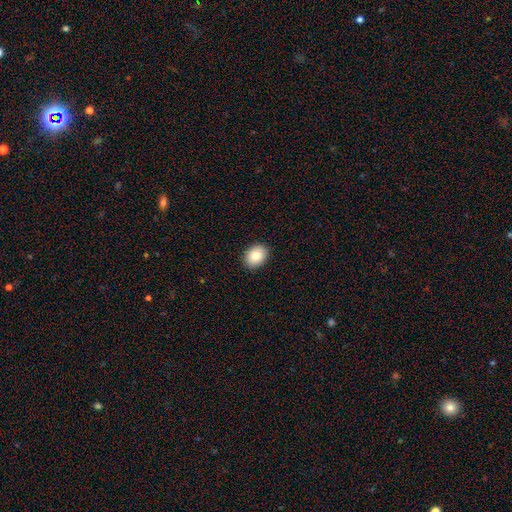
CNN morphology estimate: Smooth or featured: smooth — 82% (featured or disk — 10%)
How rounded: in between — 61% (round — 38%)
Merging: none — 91% (minor disturbance — 7%)